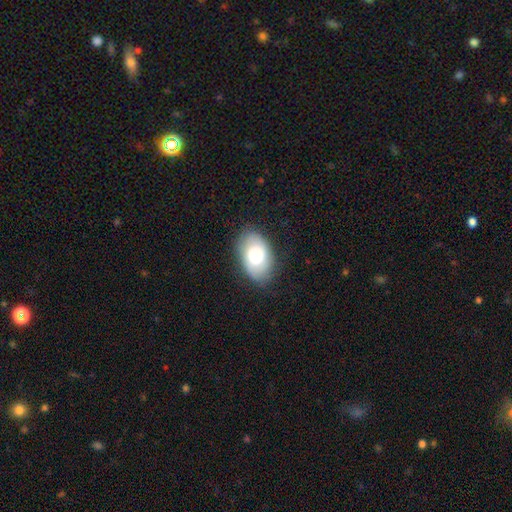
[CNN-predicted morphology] smooth_or_featured: smooth (p=0.72) [alt: featured or disk p=0.21]
how_rounded: in between (p=0.91) [alt: round p=0.08]
merging: none (p=0.80) [alt: minor disturbance p=0.15]